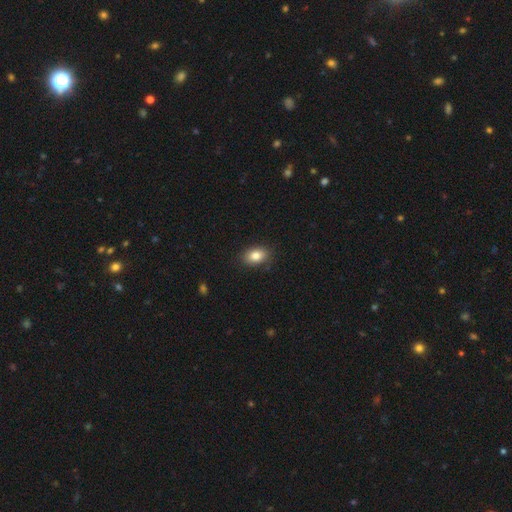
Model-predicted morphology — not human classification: smooth 84%, star or artifact 8%, featured or disk 8%. Down the decision tree: how rounded — in between (83%); merging — none (87%).